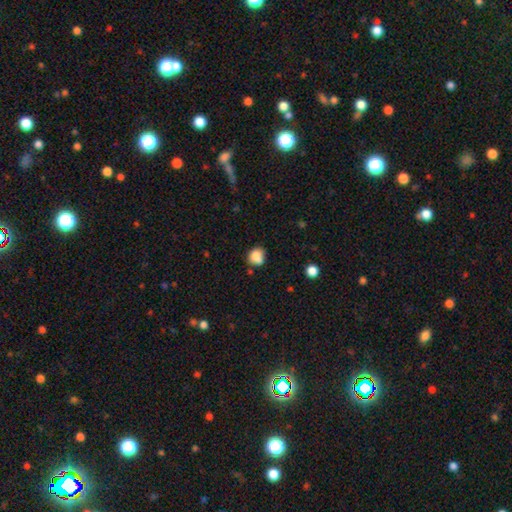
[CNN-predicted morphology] A smooth galaxy with no disk features (80%) that is round (68%).

Vote fractions:
- Smooth or featured? smooth: 80% / star or artifact: 10% / featured or disk: 9%
- How rounded? round: 68% / in between: 31% / cigar-shaped: 1%
- Merging? none: 52% / minor disturbance: 24% / merger: 16% / major disturbance: 7%